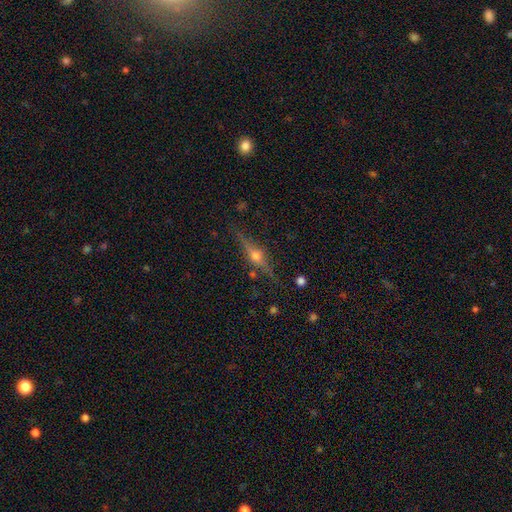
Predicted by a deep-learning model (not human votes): This appears to be a featured or disk galaxy (82%) viewed edge-on (97%) with a rounded central bulge (94%). Merging: none (87%).